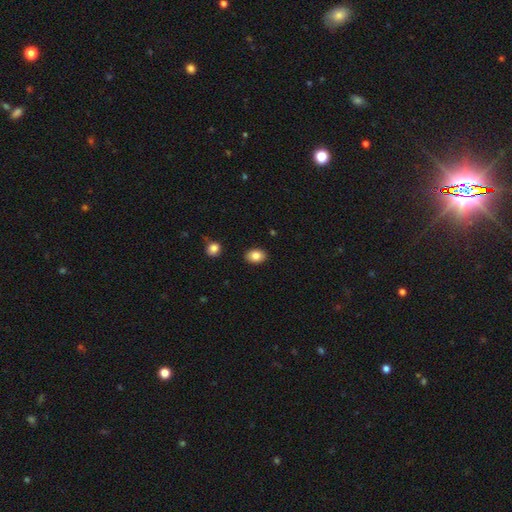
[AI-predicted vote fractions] Smooth or featured? smooth (85%)
How rounded? in between (78%)
Merging? none (89%)